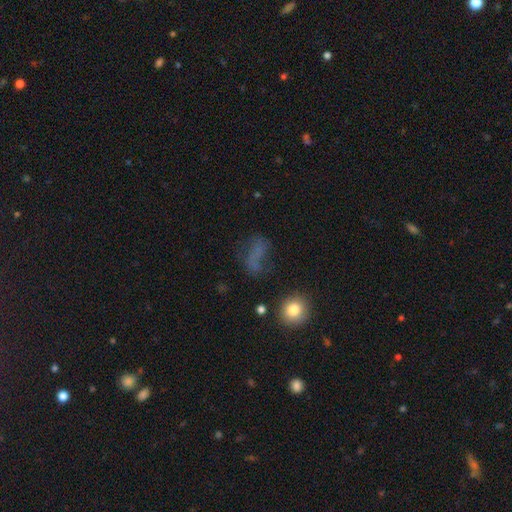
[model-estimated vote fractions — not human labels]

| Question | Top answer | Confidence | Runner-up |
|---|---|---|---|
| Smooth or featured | smooth | 48% | featured or disk (27%) |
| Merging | none | 48% | major disturbance (26%) |